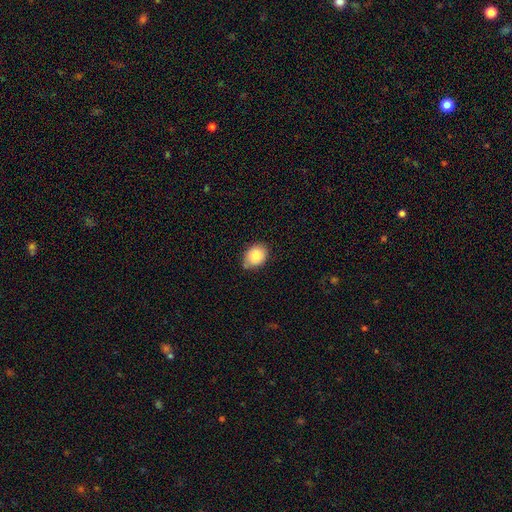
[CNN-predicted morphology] smooth 84%, featured or disk 8%, star or artifact 8%. Down the decision tree: how rounded — in between (60%); merging — none (70%).